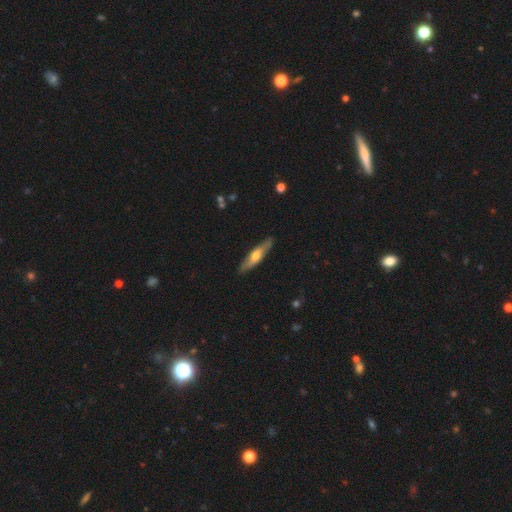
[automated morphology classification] A featured or disk galaxy (50%) viewed edge-on (79%).

Vote fractions:
- Smooth or featured? featured or disk: 50% / smooth: 44% / star or artifact: 5%
- Edge-on disk? yes: 79% / no: 21%
- Merging? none: 87% / minor disturbance: 10% / major disturbance: 2% / merger: 1%